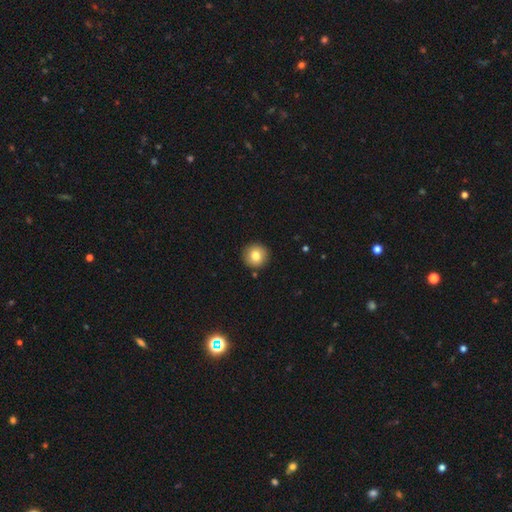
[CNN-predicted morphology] smooth 80%, featured or disk 11%, star or artifact 10%. Down the decision tree: how rounded — round (95%); merging — none (91%).